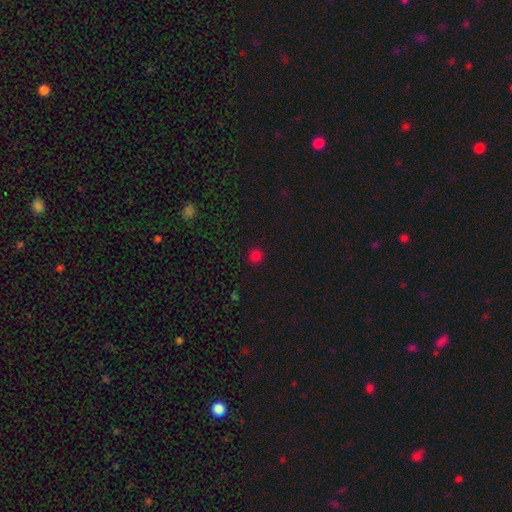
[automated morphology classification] A smooth galaxy with no disk features (79%) that is round (92%). Merging: none (91%).